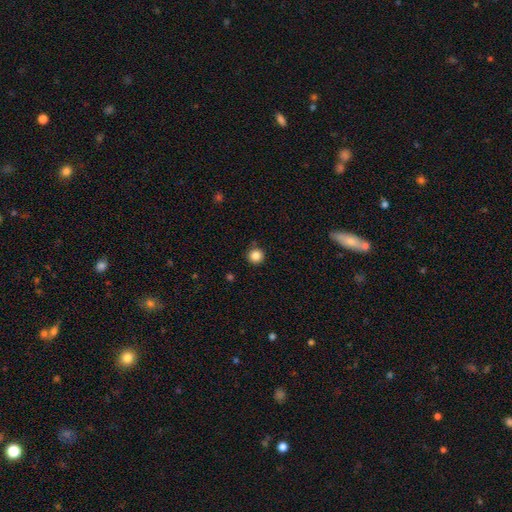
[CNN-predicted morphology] Smooth or featured: smooth — 85% (star or artifact — 11%)
How rounded: round — 96% (in between — 3%)
Merging: none — 90% (minor disturbance — 6%)